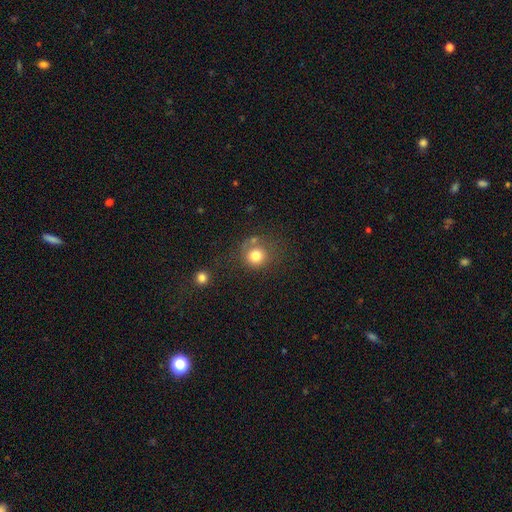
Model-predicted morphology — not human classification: Smooth or featured? Predicted: smooth (p=0.78). How rounded? Predicted: round (p=0.88). Merging? Predicted: none (p=0.64).